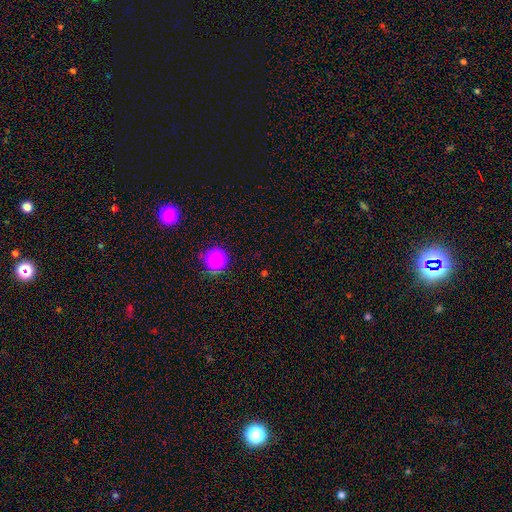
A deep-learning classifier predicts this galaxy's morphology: type=smooth (50%); merging=none (82%).